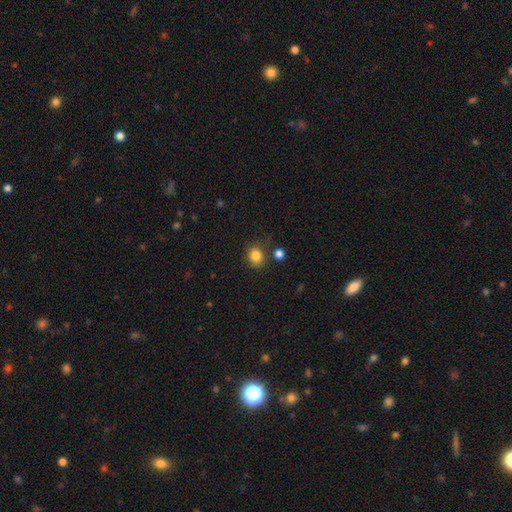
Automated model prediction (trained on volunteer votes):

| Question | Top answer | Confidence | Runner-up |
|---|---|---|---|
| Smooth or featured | smooth | 84% | star or artifact (11%) |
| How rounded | round | 66% | in between (33%) |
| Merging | none | 76% | minor disturbance (13%) |